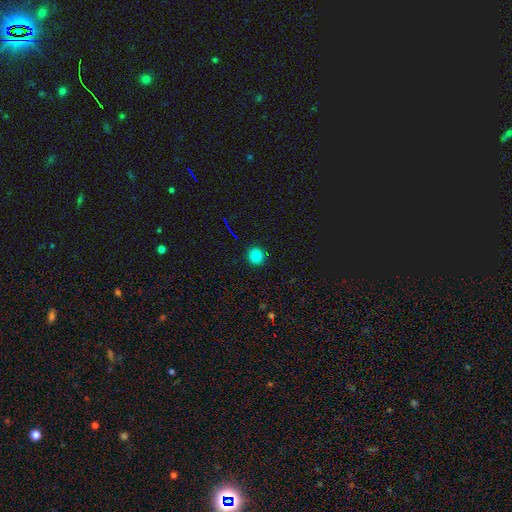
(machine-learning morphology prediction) This is clearly a smooth galaxy (81%). How rounded: clearly round (86%). Merging: clearly none (91%).